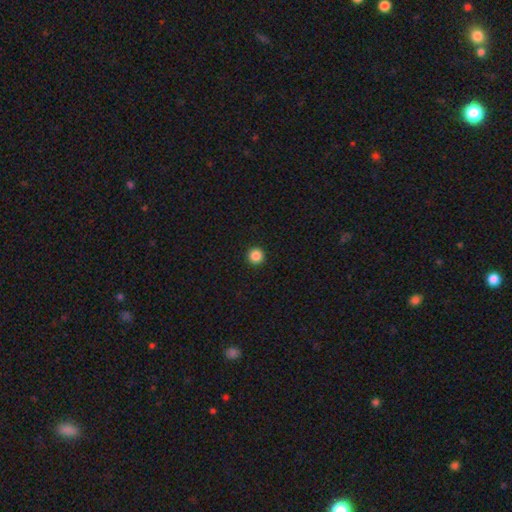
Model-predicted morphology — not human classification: Smooth or featured: smooth — 86% (star or artifact — 11%)
How rounded: round — 97% (in between — 2%)
Merging: none — 94% (minor disturbance — 4%)